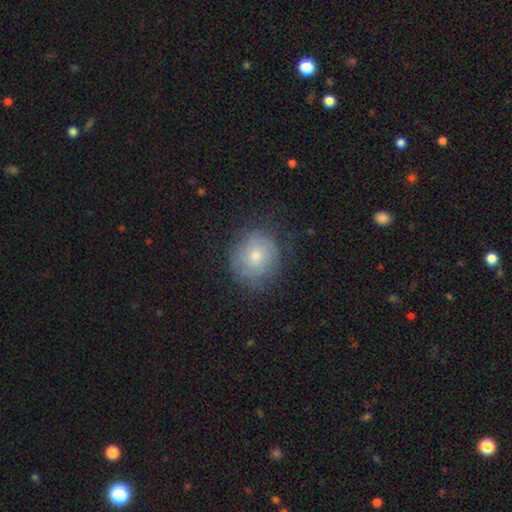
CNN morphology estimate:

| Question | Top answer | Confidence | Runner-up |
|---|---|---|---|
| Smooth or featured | smooth | 62% | featured or disk (28%) |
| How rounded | round | 80% | in between (19%) |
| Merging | none | 73% | minor disturbance (19%) |